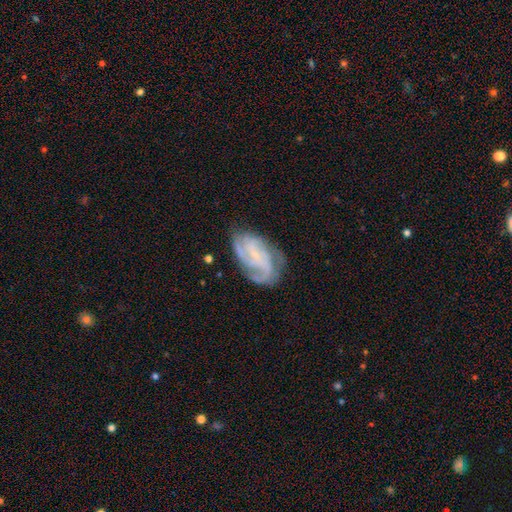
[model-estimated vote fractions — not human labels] Smooth or featured? Predicted: featured or disk (p=0.85). Edge-on disk? Predicted: no (p=0.97). Bar? Predicted: no (p=0.50). Spiral arms? Predicted: yes (p=0.97). Spiral winding? Predicted: tight (p=0.48). Spiral arm count? Predicted: 3 (p=0.41). Bulge size? Predicted: small (p=0.71). Merging? Predicted: none (p=0.68).